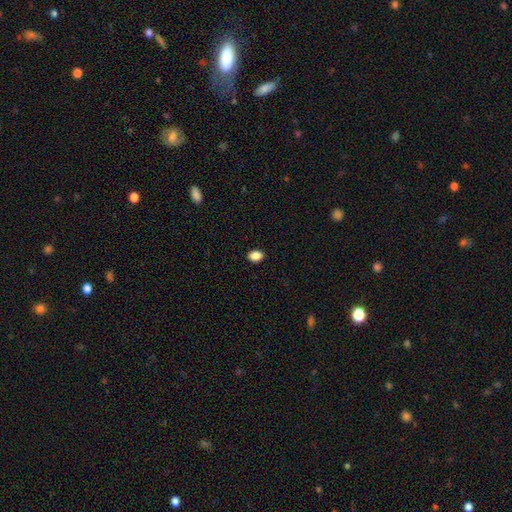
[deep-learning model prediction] Q: Smooth or featured?
A: smooth (87%); runner-up: star or artifact (9%)
Q: How rounded?
A: in between (72%); runner-up: round (26%)
Q: Merging?
A: none (90%); runner-up: minor disturbance (7%)